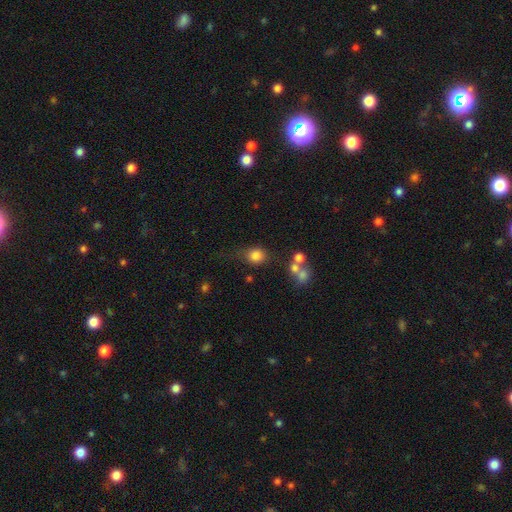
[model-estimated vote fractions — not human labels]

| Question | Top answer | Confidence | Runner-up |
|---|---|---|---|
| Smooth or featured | smooth | 80% | star or artifact (12%) |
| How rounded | round | 69% | in between (30%) |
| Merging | none | 63% | minor disturbance (19%) |